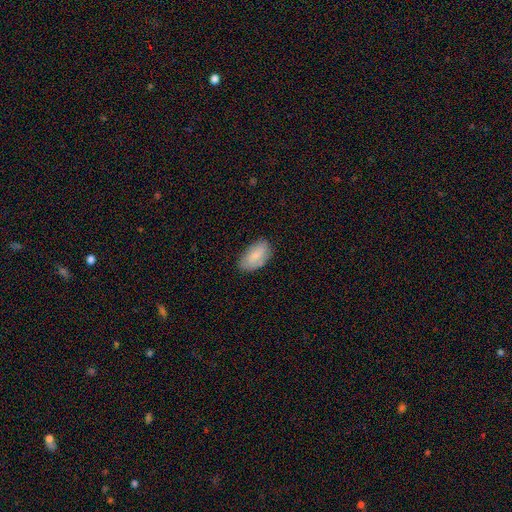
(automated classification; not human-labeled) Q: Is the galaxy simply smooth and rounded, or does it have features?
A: smooth — 79%.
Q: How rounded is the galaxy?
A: in between — 94%.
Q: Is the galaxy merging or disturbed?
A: none — 78%.